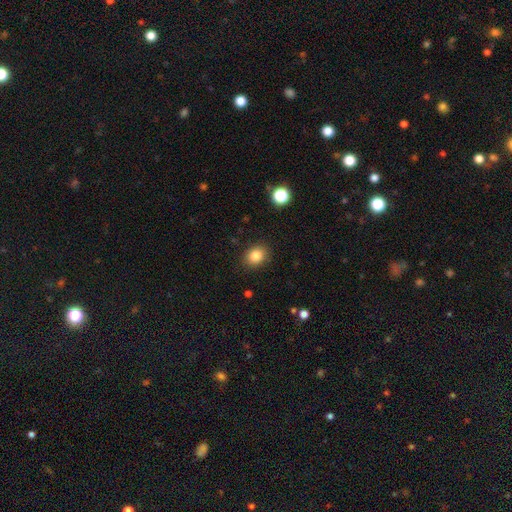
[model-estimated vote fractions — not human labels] smooth_or_featured: smooth (p=0.84) [alt: star or artifact p=0.10]
how_rounded: round (p=0.53) [alt: in between p=0.46]
merging: none (p=0.88) [alt: minor disturbance p=0.09]